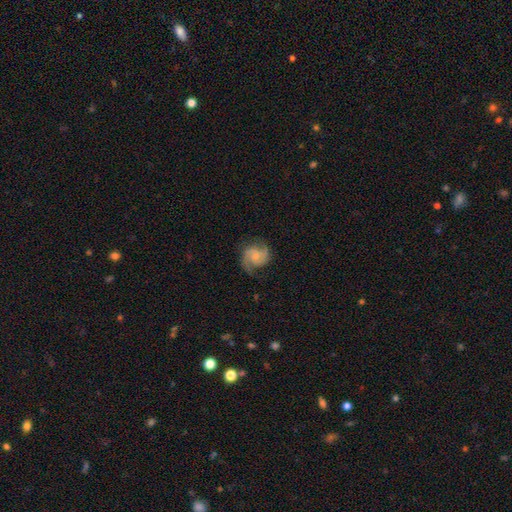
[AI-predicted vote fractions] A featured or disk galaxy (82%) with no bar (64%), 2 (87%) medium (53%) spiral arms (97%) and a small central bulge (56%).

Vote fractions:
- Smooth or featured? featured or disk: 82% / smooth: 12% / star or artifact: 6%
- Edge-on disk? no: 98% / yes: 2%
- Bar? no: 64% / weak: 31% / strong: 5%
- Spiral arms? yes: 97% / no: 3%
- Spiral winding? medium: 53% / tight: 27% / loose: 19%
- Spiral arm count? 2: 87% / 3: 4% / can't tell: 4% / 1: 2% / 4: 1% / more than 4: 1%
- Bulge size? small: 56% / moderate: 27% / none: 13% / large: 2% / dominant: 1%
- Merging? none: 77% / minor disturbance: 16% / major disturbance: 6% / merger: 1%